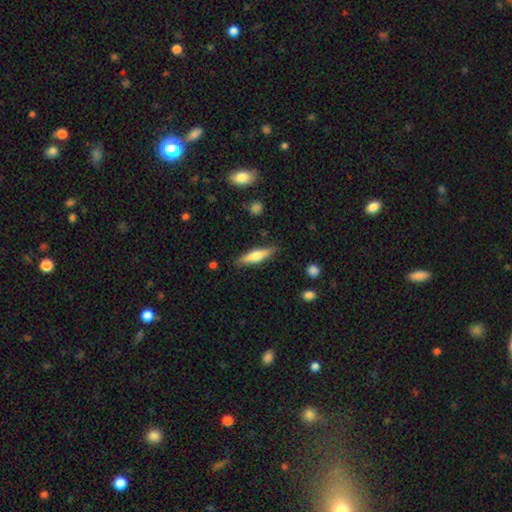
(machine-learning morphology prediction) Smooth or featured? Predicted: smooth (p=0.65). How rounded? Predicted: cigar-shaped (p=0.71). Merging? Predicted: none (p=0.86).